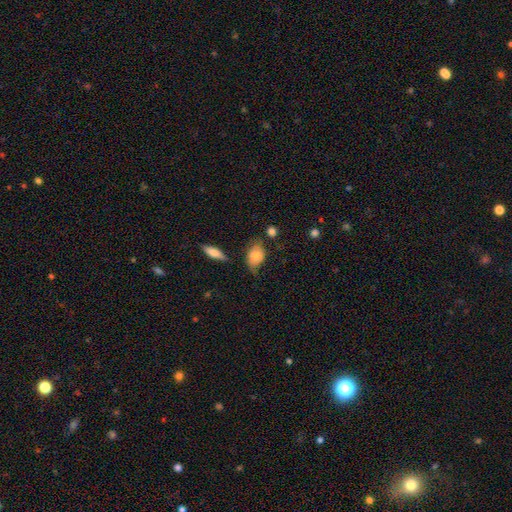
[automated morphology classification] type=smooth (73%); roundness=in between (81%); merging=none (53%).